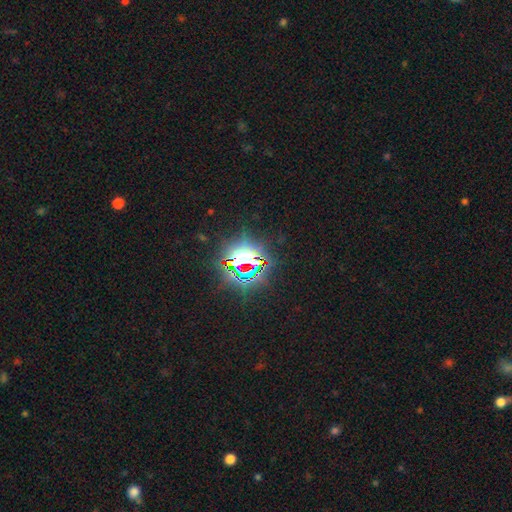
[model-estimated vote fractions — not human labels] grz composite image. It shows a star or artifact, not a galaxy (81%).